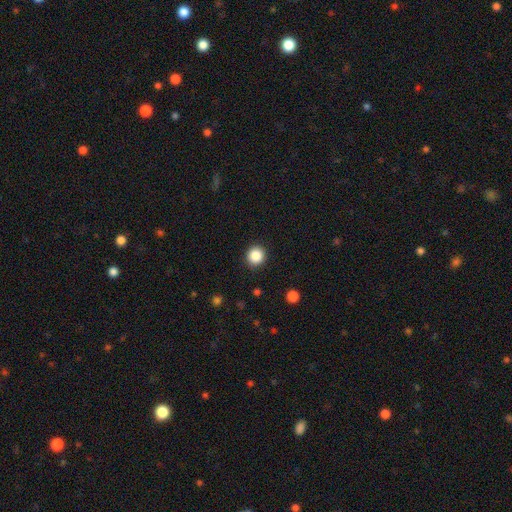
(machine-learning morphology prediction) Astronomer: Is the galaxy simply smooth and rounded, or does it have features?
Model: smooth — 87%.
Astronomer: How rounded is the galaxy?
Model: round — 90%.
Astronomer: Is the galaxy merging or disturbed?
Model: none — 91%.